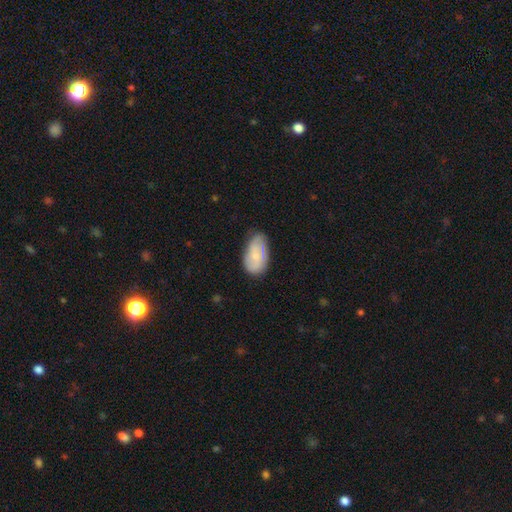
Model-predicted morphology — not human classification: Smooth or featured? Predicted: smooth (p=0.56). How rounded? Predicted: in between (p=0.93). Merging? Predicted: none (p=0.62).